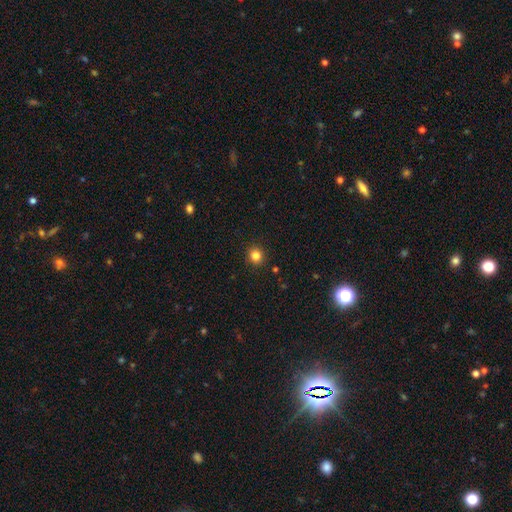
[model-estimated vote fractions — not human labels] smooth 82%, star or artifact 13%, featured or disk 5%. Down the decision tree: how rounded — round (89%); merging — none (92%).